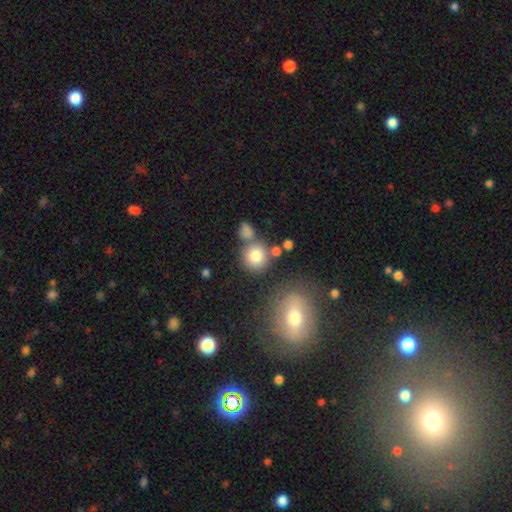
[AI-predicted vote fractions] This is likely a smooth galaxy (79%). How rounded: clearly round (87%). Merging: likely none (62%).